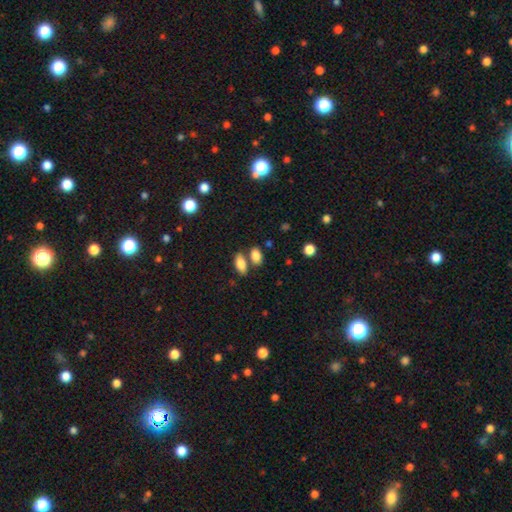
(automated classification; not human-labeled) A smooth galaxy with no disk features (85%) that is in between round and cigar-shaped (87%).

Vote fractions:
- Smooth or featured? smooth: 85% / star or artifact: 8% / featured or disk: 7%
- How rounded? in between: 87% / round: 9% / cigar-shaped: 4%
- Merging? none: 58% / merger: 28% / minor disturbance: 11% / major disturbance: 4%